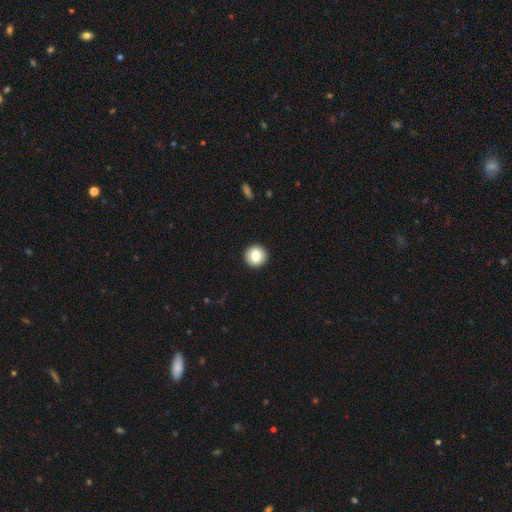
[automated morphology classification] Smooth or featured?
  - smooth: 82% *
  - featured or disk: 10%
  - star or artifact: 8%
How rounded?
  - round: 95% *
  - in between: 4%
  - cigar-shaped: 1%
Merging?
  - none: 93% *
  - minor disturbance: 4%
  - major disturbance: 1%
  - merger: 1%